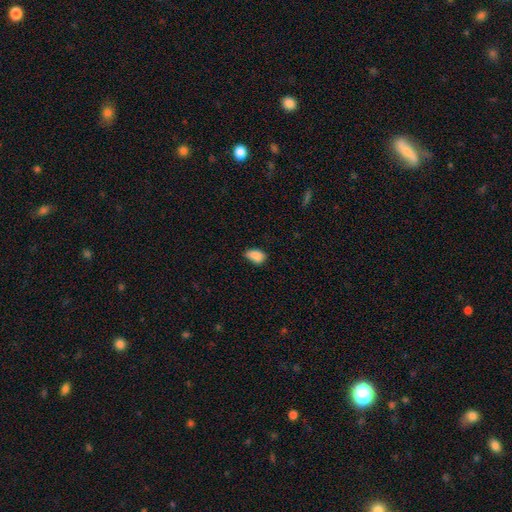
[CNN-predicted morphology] type=smooth (88%); roundness=in between (89%); merging=none (61%).